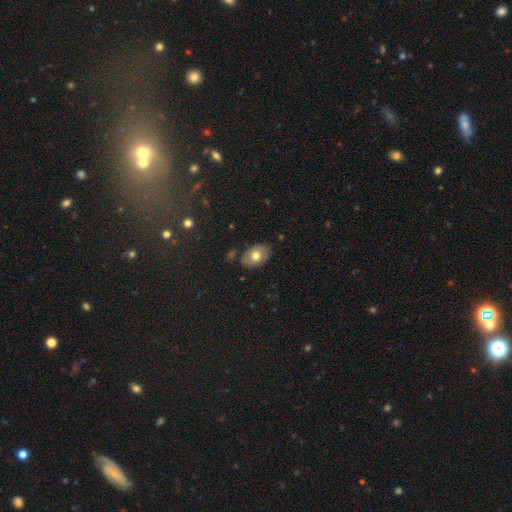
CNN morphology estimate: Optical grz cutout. It shows a smooth galaxy with no disk features (64%) that is in between round and cigar-shaped (85%). Merging: none (82%).